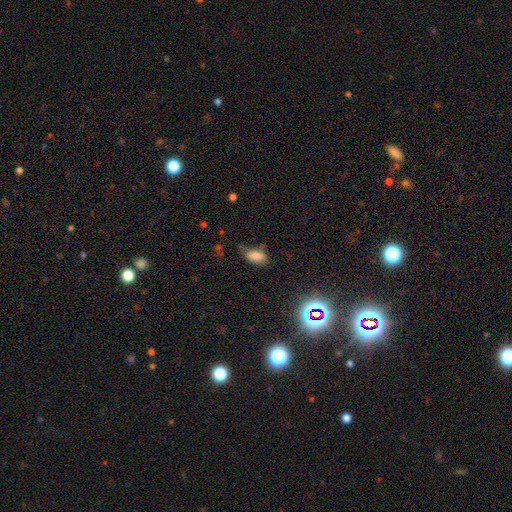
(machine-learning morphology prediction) This appears to be a smooth galaxy with no disk features (75%) that is in between round and cigar-shaped (90%). Merging: none (49%).